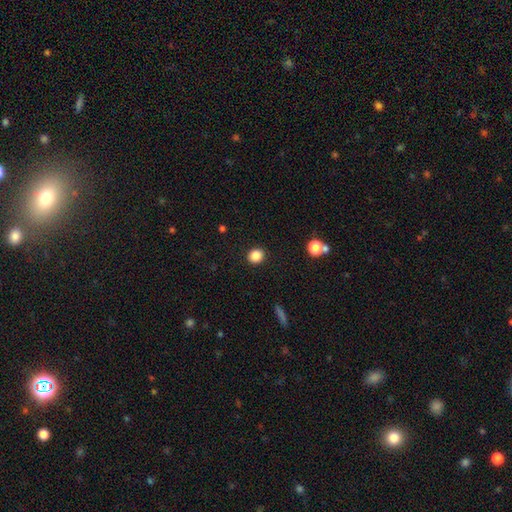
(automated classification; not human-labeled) This is clearly a smooth galaxy (86%). How rounded: likely round (78%). Merging: clearly none (91%).